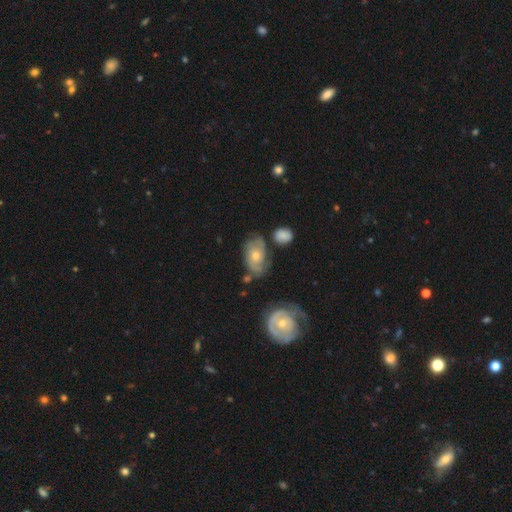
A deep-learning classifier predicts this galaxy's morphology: smooth_or_featured: featured or disk (p=0.62) [alt: smooth p=0.30]
disk_edge_on: no (p=0.95) [alt: yes p=0.05]
bar: no (p=0.77) [alt: weak p=0.20]
has_spiral_arms: yes (p=0.83) [alt: no p=0.17]
bulge_size: moderate (p=0.55) [alt: small p=0.39]
merging: none (p=0.51) [alt: minor disturbance p=0.26]